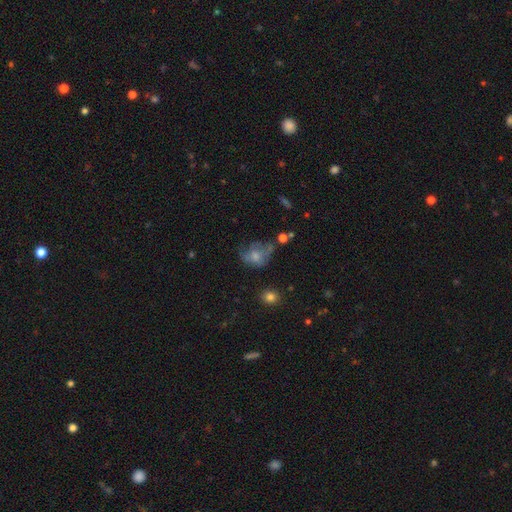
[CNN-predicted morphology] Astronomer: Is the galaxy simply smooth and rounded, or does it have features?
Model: smooth — 50% (runner-up: featured or disk, 37%).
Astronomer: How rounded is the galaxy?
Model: in between — 56% (runner-up: round, 42%).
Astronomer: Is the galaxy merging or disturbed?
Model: major disturbance — 39% (runner-up: none, 30%).